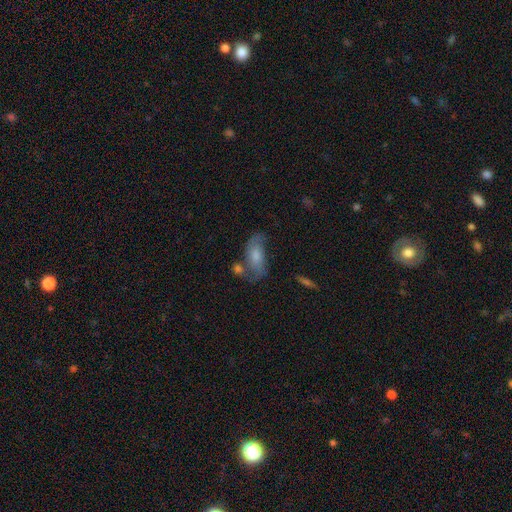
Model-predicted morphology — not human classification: A featured or disk galaxy (48%).

Vote fractions:
- Smooth or featured? featured or disk: 48% / smooth: 40% / star or artifact: 12%
- Merging? none: 49% / minor disturbance: 21% / merger: 17% / major disturbance: 13%